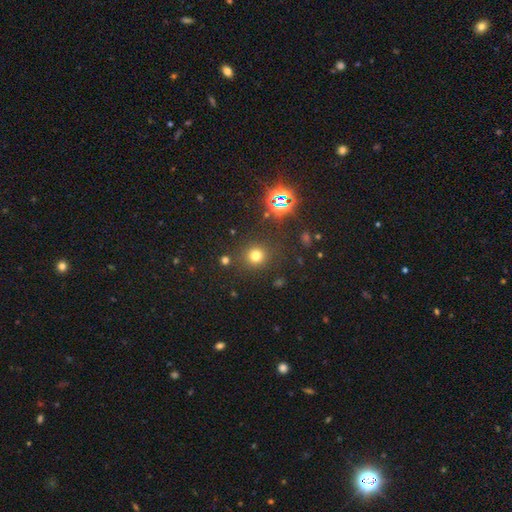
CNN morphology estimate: type=smooth (71%); roundness=round (92%); merging=none (86%).